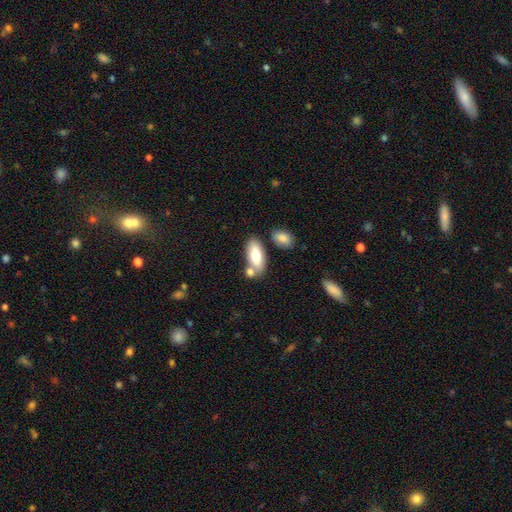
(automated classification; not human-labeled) Overall: smooth (75%). How rounded: in between (86%). Merging: none (59%; merger 23%).